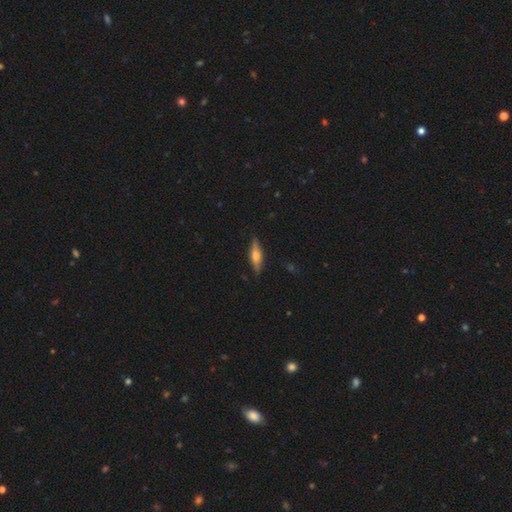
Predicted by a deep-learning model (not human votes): Overall: featured or disk (59%; smooth 35%). Edge-on disk: yes (94%). Edge-on bulge: rounded (87%). Merging: none (87%).